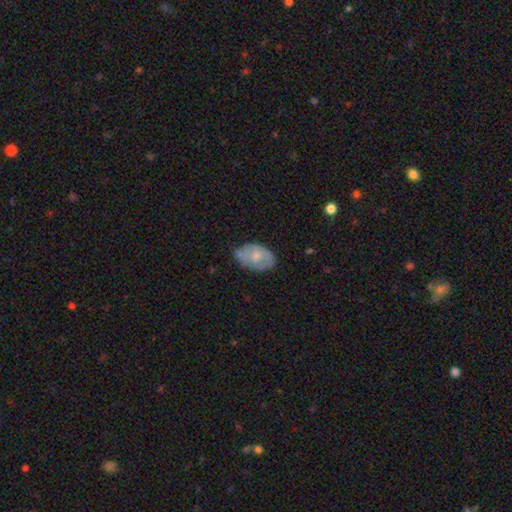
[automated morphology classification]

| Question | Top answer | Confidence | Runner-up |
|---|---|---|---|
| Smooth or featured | smooth | 60% | featured or disk (33%) |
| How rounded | in between | 89% | round (9%) |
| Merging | none | 61% | minor disturbance (30%) |